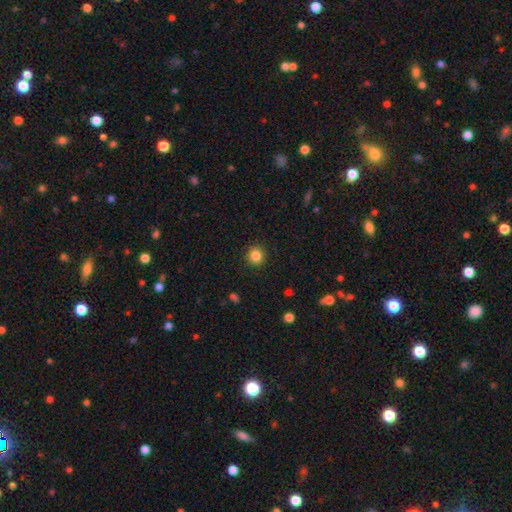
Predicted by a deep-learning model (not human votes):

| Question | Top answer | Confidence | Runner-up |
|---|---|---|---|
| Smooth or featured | smooth | 85% | star or artifact (11%) |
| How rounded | round | 90% | in between (9%) |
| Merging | none | 91% | minor disturbance (6%) |